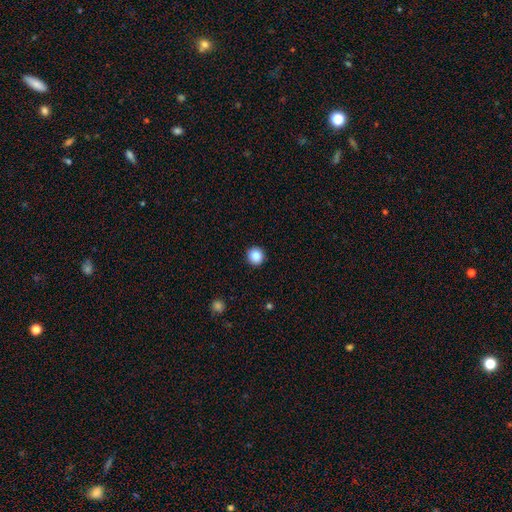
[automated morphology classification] Q: Smooth or featured?
A: smooth (86%); runner-up: star or artifact (10%)
Q: How rounded?
A: round (94%); runner-up: in between (5%)
Q: Merging?
A: none (93%); runner-up: minor disturbance (5%)